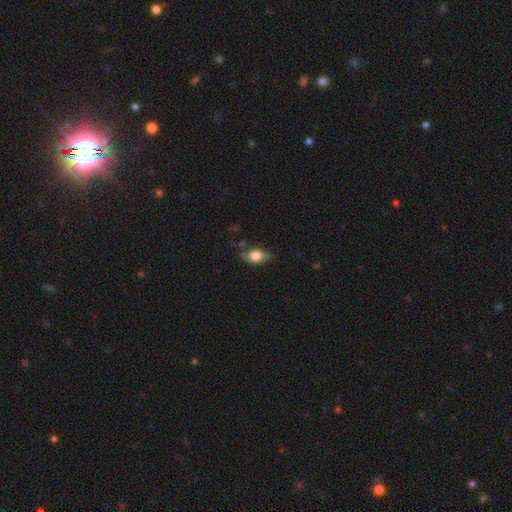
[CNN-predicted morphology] This appears to be a smooth galaxy with no disk features (67%) that is in between round and cigar-shaped (76%). Merging: none (70%).